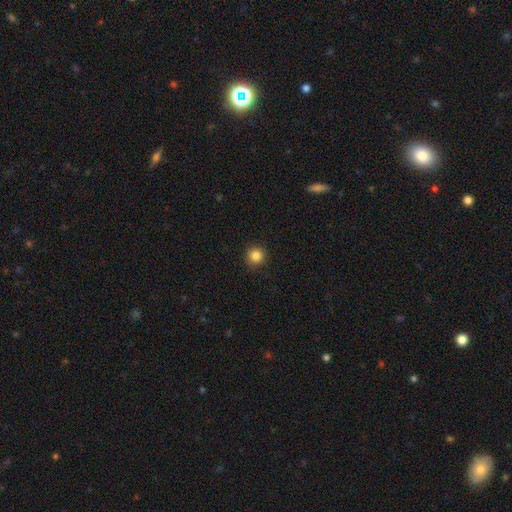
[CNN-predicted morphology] This appears to be a smooth galaxy with no disk features (85%) that is round (94%). Merging: none (90%).